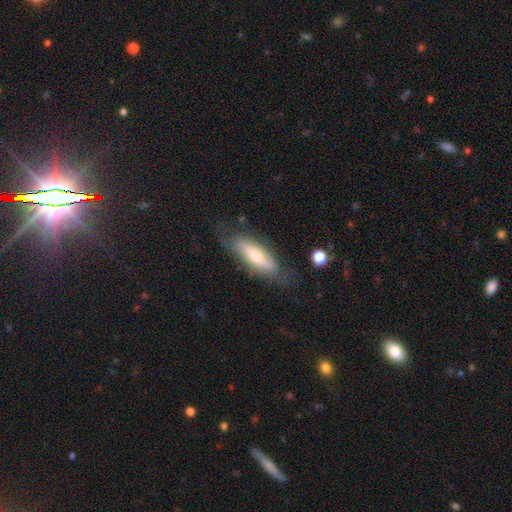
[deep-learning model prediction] The model was most divided on "smooth or featured": featured or disk: 48%, smooth: 45%, star or artifact: 7%. More confident: merging — none (66%).